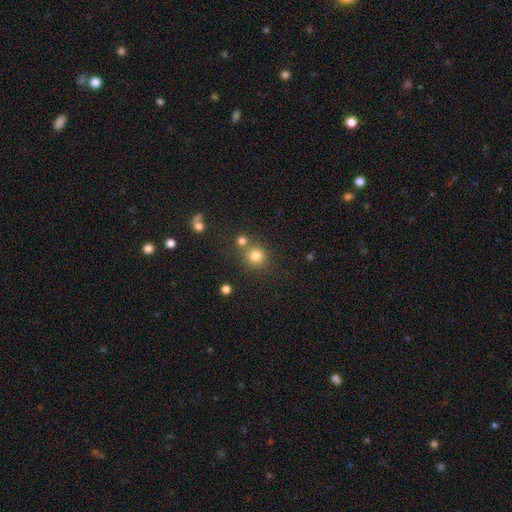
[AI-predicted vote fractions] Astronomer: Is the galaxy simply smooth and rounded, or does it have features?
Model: smooth — 79%.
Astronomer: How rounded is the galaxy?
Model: round — 90%.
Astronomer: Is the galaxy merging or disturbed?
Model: none — 68%.